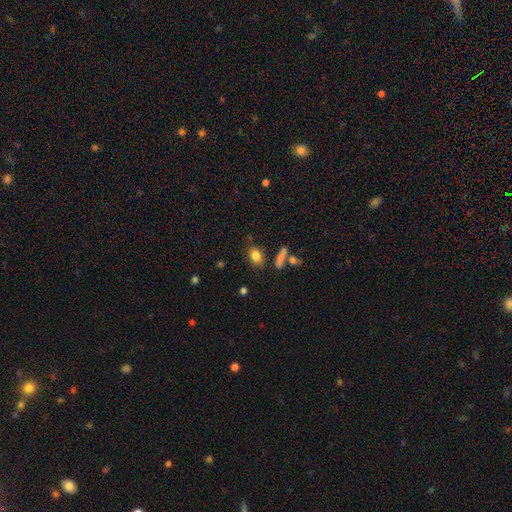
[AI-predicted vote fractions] A smooth galaxy with no disk features (82%) that is in between round and cigar-shaped (75%). Merging: none (76%).